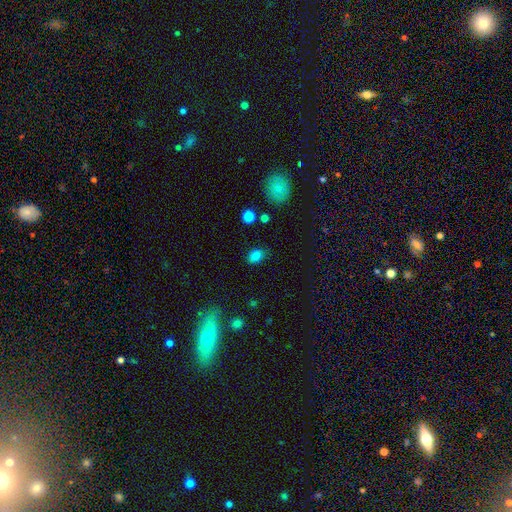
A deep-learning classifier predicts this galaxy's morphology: A smooth galaxy with no disk features (84%) that is in between round and cigar-shaped (66%).

Vote fractions:
- Smooth or featured? smooth: 84% / star or artifact: 11% / featured or disk: 5%
- How rounded? in between: 66% / round: 33% / cigar-shaped: 1%
- Merging? none: 81% / minor disturbance: 13% / major disturbance: 4% / merger: 2%